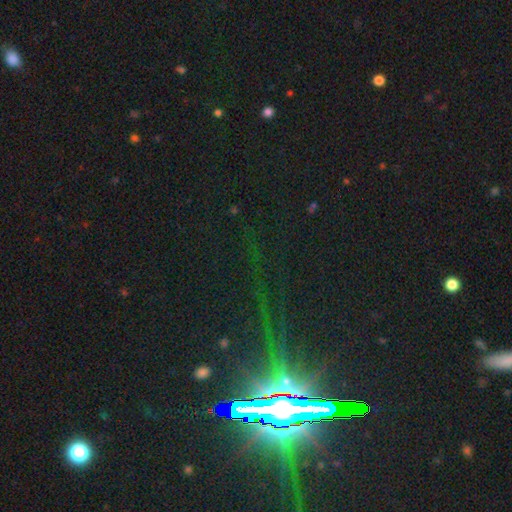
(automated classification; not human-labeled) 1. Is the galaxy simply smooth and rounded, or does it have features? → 82% star or artifact, 9% smooth, 9% featured or disk.